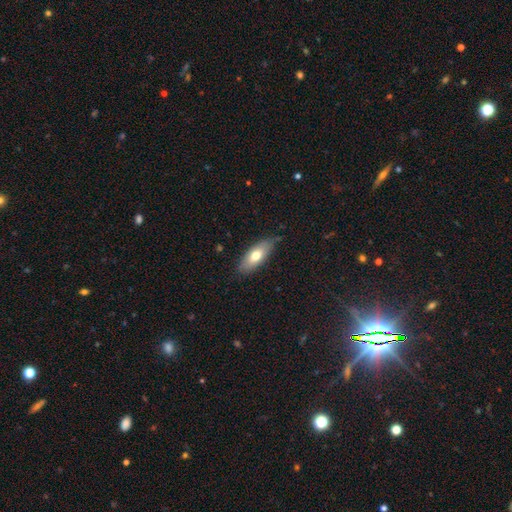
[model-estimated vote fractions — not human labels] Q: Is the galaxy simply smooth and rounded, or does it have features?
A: smooth — 67%.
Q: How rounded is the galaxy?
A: in between — 79%.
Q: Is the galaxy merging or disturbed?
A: none — 77%.